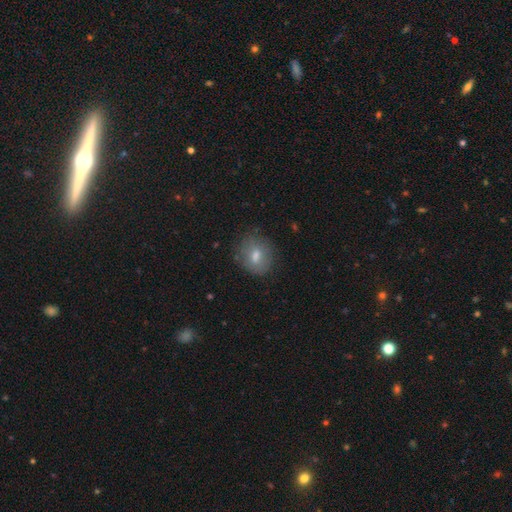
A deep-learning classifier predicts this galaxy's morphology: A smooth galaxy with no disk features (70%) that is round (60%).

Vote fractions:
- Smooth or featured? smooth: 70% / featured or disk: 20% / star or artifact: 10%
- How rounded? round: 60% / in between: 38% / cigar-shaped: 1%
- Merging? none: 75% / minor disturbance: 17% / major disturbance: 6% / merger: 2%